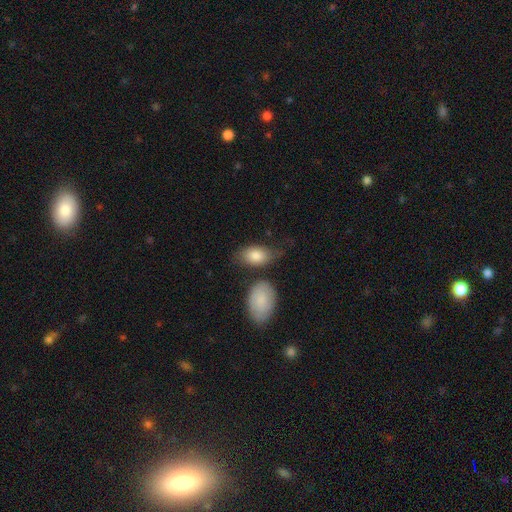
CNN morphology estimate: smooth 83%, featured or disk 11%, star or artifact 6%. Down the decision tree: how rounded — in between (90%); merging — none (58%).